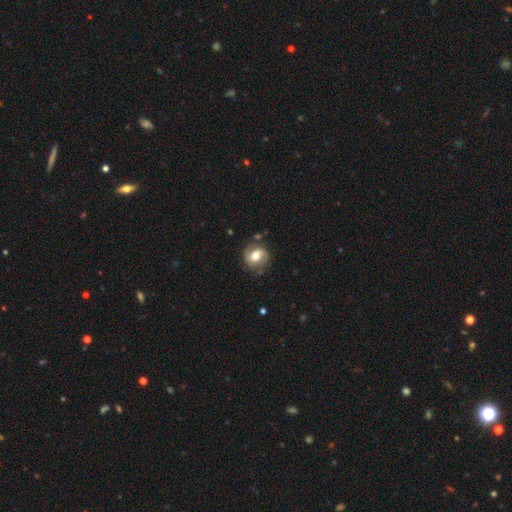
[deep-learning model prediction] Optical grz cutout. It shows a featured or disk galaxy (49%). Merging: none (75%).